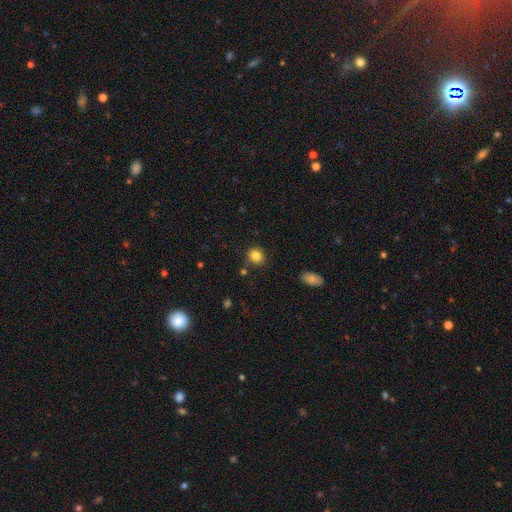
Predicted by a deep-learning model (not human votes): The model was most divided on "how rounded": round: 80%, in between: 20%, cigar-shaped: 1%. More confident: smooth or featured — smooth (84%); merging — none (83%).